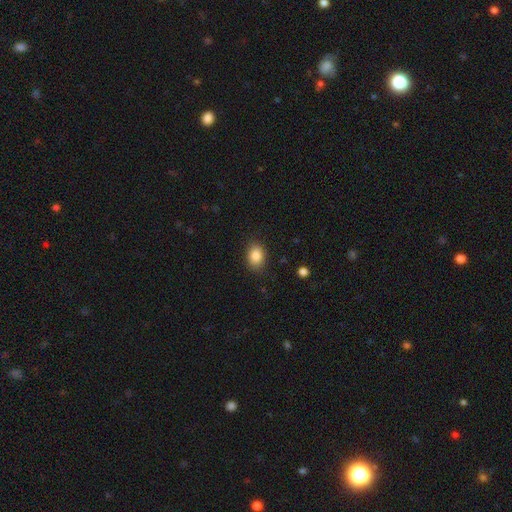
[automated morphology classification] smooth-or-featured: smooth: 86% | star or artifact: 9% | featured or disk: 5%
  how-rounded: in between: 66% | round: 33% | cigar-shaped: 1%
  merging: none: 83% | minor disturbance: 13% | major disturbance: 3% | merger: 1%